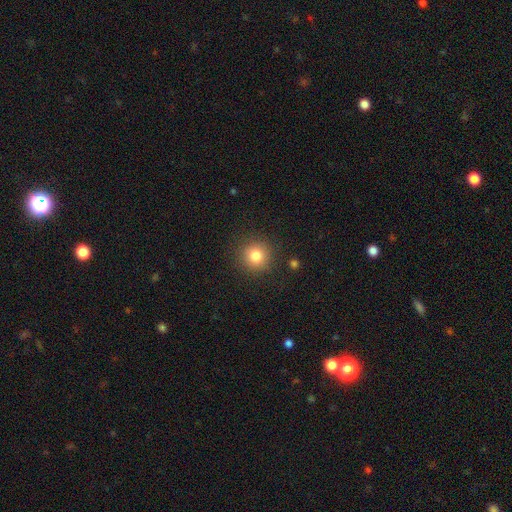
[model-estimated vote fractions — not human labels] This appears to be a smooth galaxy with no disk features (81%) that is round (93%). Merging: none (89%).